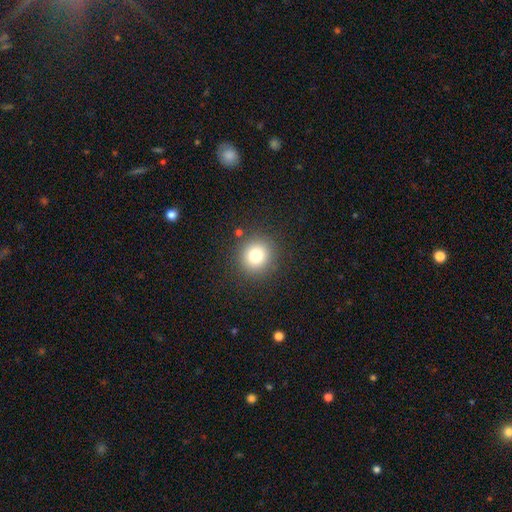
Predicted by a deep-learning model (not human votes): A smooth galaxy with no disk features (78%) that is round (90%).

Vote fractions:
- Smooth or featured? smooth: 78% / star or artifact: 13% / featured or disk: 9%
- How rounded? round: 90% / in between: 9% / cigar-shaped: 1%
- Merging? none: 88% / minor disturbance: 7% / major disturbance: 3% / merger: 2%